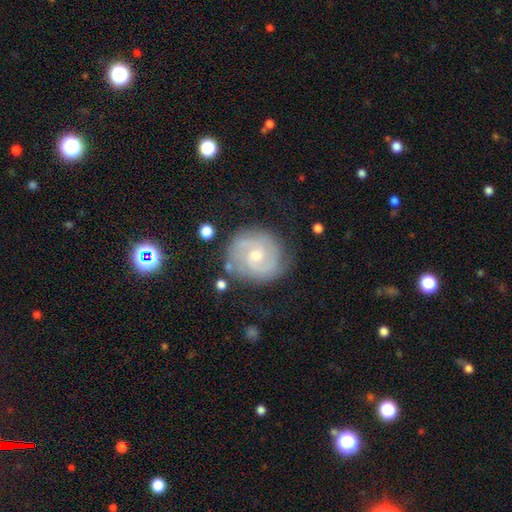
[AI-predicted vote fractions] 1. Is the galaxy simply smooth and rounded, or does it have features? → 77% featured or disk, 16% smooth, 7% star or artifact.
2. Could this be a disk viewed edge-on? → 98% no, 2% yes.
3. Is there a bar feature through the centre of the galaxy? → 55% no, 39% weak, 6% strong.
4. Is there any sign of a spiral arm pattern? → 93% yes, 7% no.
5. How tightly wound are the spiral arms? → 56% tight, 36% medium, 9% loose.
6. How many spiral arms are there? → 73% 2, 14% can't tell, 7% 3, 3% 1, 2% 4, 2% more than 4.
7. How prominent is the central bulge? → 51% moderate, 44% small, 2% large, 2% none, 1% dominant.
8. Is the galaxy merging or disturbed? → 76% none, 16% minor disturbance, 6% major disturbance, 2% merger.